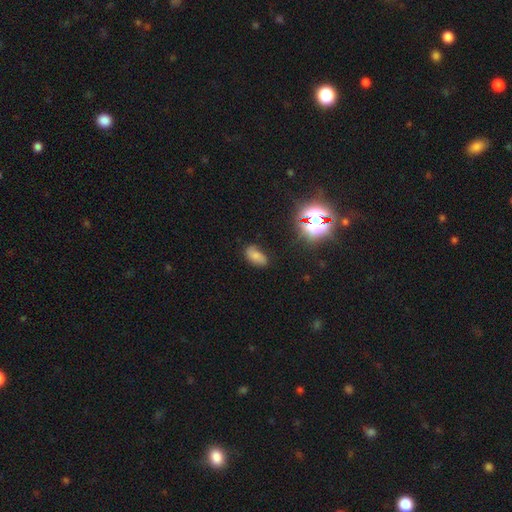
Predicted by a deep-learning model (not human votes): Smooth or featured?
  - smooth: 64% *
  - star or artifact: 18%
  - featured or disk: 18%
How rounded?
  - in between: 91% *
  - round: 6%
  - cigar-shaped: 3%
Merging?
  - none: 69% *
  - minor disturbance: 23%
  - major disturbance: 6%
  - merger: 3%